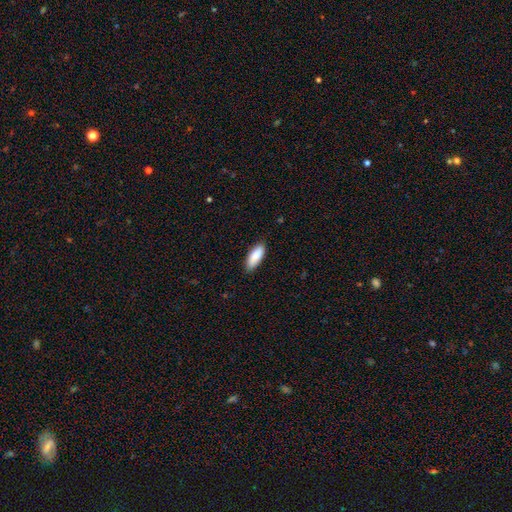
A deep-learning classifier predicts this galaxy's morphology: This is clearly a smooth galaxy (89%). How rounded: likely in between (73%). Merging: clearly none (86%).